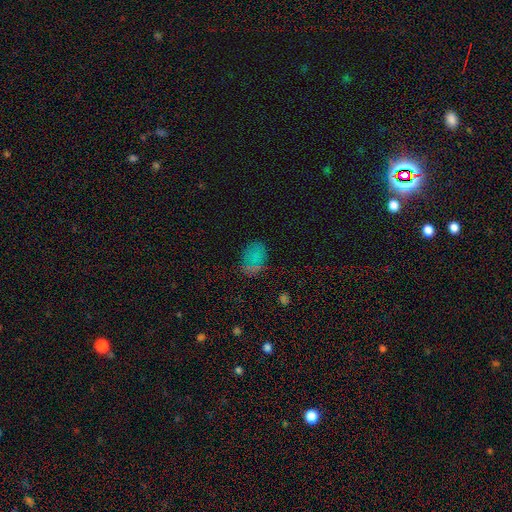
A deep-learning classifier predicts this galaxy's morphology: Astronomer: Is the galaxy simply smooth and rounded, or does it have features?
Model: smooth — 67%.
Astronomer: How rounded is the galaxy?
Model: in between — 78%.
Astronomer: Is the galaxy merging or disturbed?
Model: none — 75%.